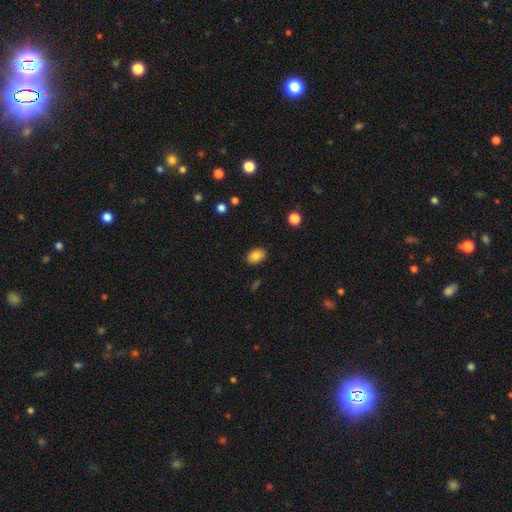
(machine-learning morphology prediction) smooth 84%, star or artifact 9%, featured or disk 8%. Down the decision tree: how rounded — in between (79%); merging — none (87%).